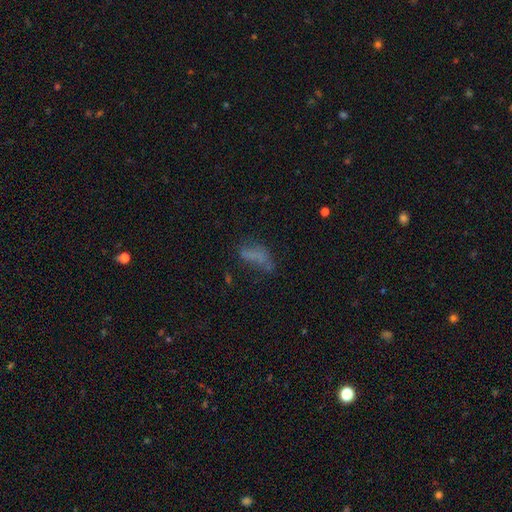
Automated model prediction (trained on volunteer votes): Smooth or featured: smooth — 55% (featured or disk — 26%)
How rounded: in between — 73% (cigar-shaped — 22%)
Merging: none — 39% (major disturbance — 28%)